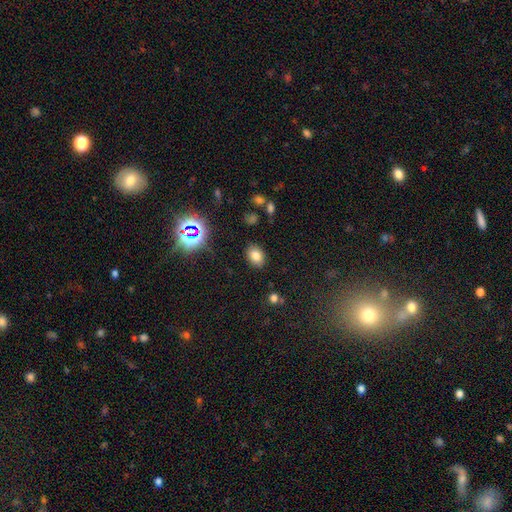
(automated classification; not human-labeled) smooth-or-featured: smooth: 76% | star or artifact: 15% | featured or disk: 8%
  how-rounded: in between: 75% | round: 24% | cigar-shaped: 1%
  merging: none: 86% | minor disturbance: 9% | major disturbance: 3% | merger: 2%